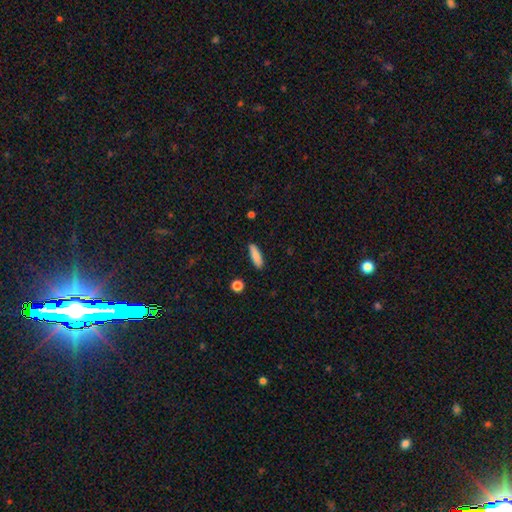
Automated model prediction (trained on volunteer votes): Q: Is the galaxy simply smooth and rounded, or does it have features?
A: smooth — 86%.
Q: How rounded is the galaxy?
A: cigar-shaped — 60%.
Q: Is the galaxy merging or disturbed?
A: none — 88%.